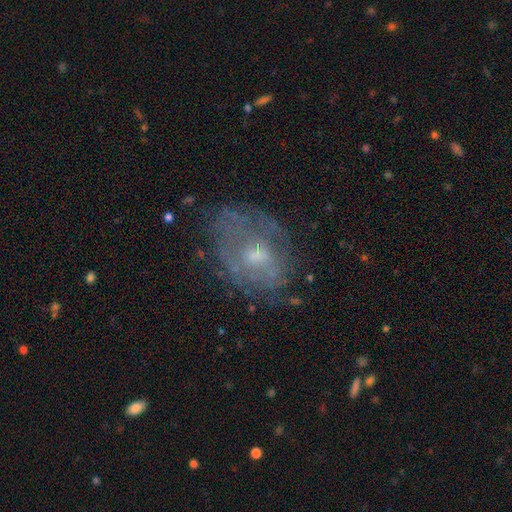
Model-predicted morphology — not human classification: This is possibly a featured or disk galaxy (59%). It is clearly not viewed edge-on (95%). Bar: likely no (68%). Spiral arm pattern: possibly no (51%). Central bulge: possibly moderate (48%). Merging: likely none (62%).